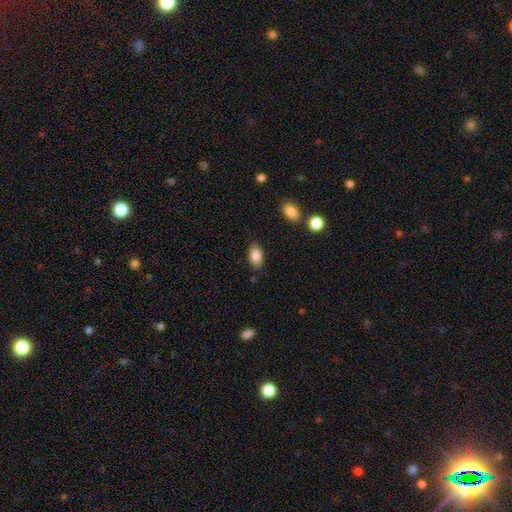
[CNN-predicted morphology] Smooth or featured? smooth (85%)
How rounded? in between (91%)
Merging? none (84%)